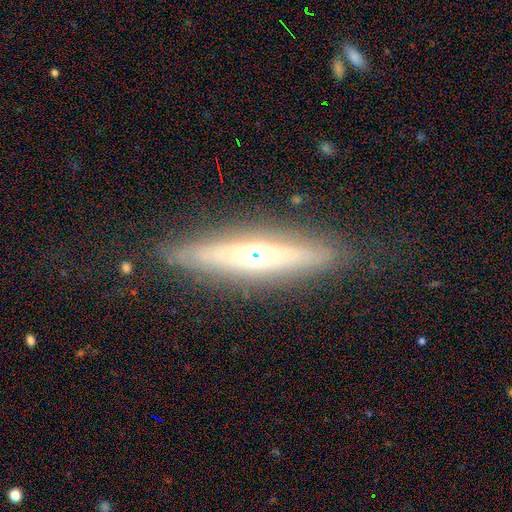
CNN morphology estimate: featured or disk 67%, smooth 25%, star or artifact 8%. Down the decision tree: edge-on disk — yes (83%); edge-on bulge — rounded (68%); merging — none (83%).